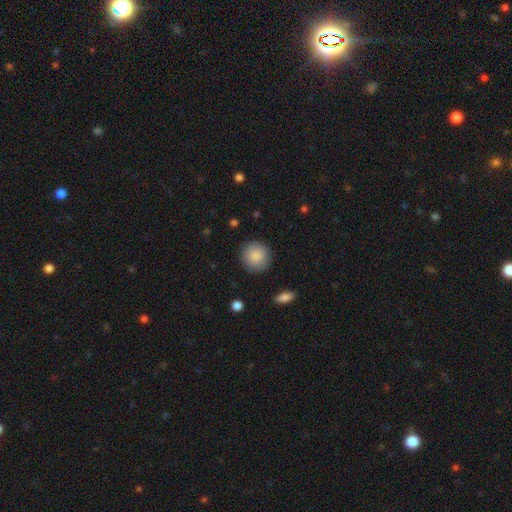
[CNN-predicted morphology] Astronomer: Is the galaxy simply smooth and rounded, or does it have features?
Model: smooth — 88%.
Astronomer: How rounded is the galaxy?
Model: round — 93%.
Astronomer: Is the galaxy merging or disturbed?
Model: none — 89%.